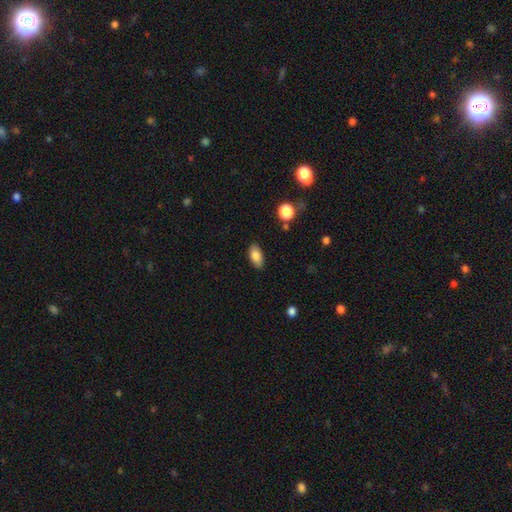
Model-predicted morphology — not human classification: Smooth or featured? smooth (83%)
How rounded? in between (91%)
Merging? none (85%)